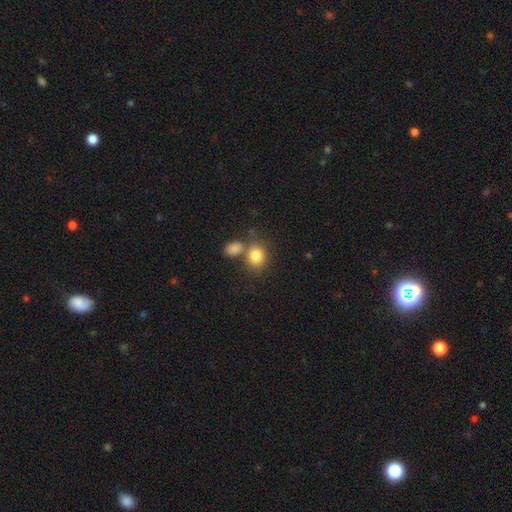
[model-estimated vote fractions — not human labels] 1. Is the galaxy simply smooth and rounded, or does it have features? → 82% smooth, 10% star or artifact, 8% featured or disk.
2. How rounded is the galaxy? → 66% round, 33% in between, 1% cigar-shaped.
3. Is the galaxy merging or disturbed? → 56% none, 29% merger, 11% minor disturbance, 4% major disturbance.